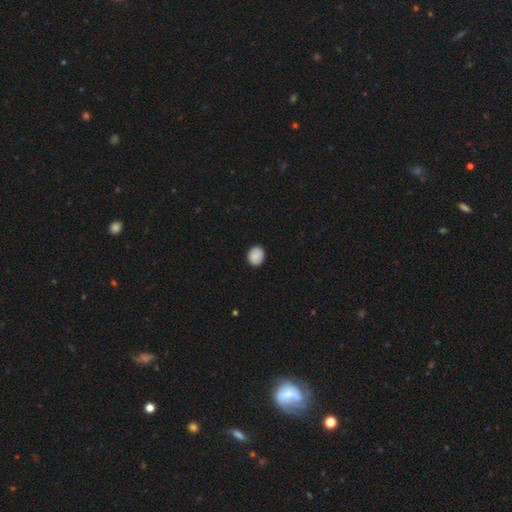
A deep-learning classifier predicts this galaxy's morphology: A smooth galaxy with no disk features (87%) that is round (59%).

Vote fractions:
- Smooth or featured? smooth: 87% / star or artifact: 7% / featured or disk: 6%
- How rounded? round: 59% / in between: 40% / cigar-shaped: 1%
- Merging? none: 87% / minor disturbance: 10% / major disturbance: 2% / merger: 1%